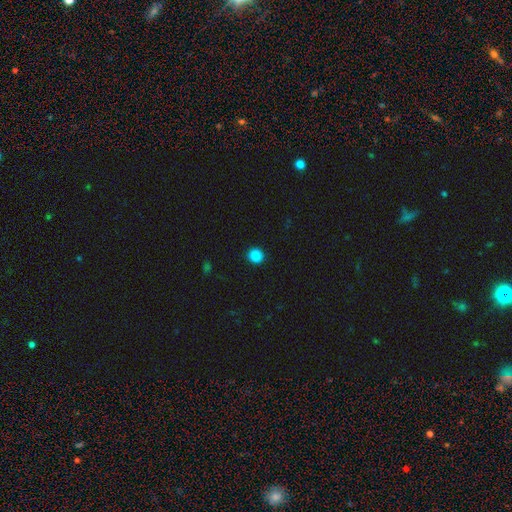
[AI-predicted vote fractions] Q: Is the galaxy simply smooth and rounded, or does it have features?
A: smooth — 87%.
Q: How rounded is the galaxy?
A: round — 90%.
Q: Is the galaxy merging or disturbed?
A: none — 92%.